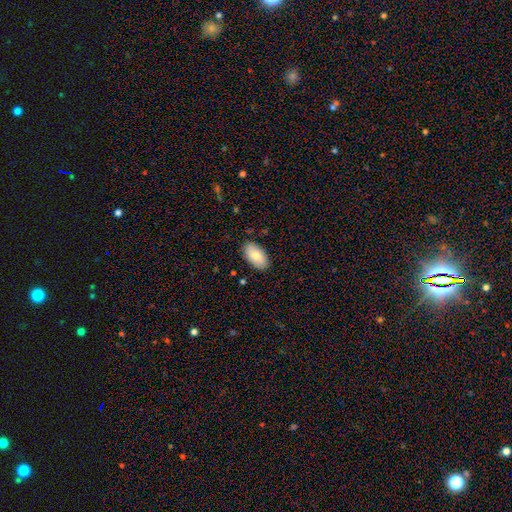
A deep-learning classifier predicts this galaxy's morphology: A smooth galaxy with no disk features (81%) that is in between round and cigar-shaped (95%).

Vote fractions:
- Smooth or featured? smooth: 81% / featured or disk: 12% / star or artifact: 6%
- How rounded? in between: 95% / round: 3% / cigar-shaped: 2%
- Merging? none: 86% / minor disturbance: 11% / major disturbance: 2% / merger: 1%